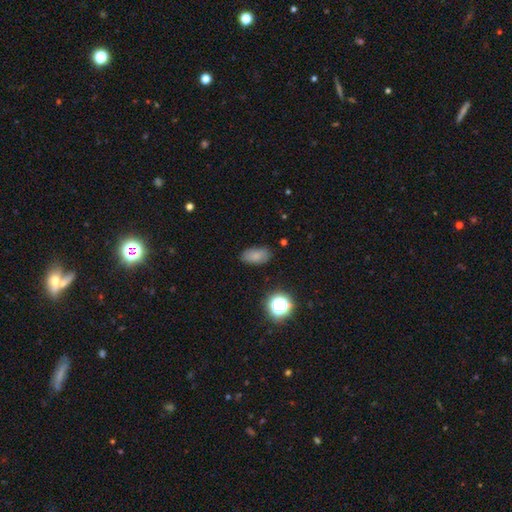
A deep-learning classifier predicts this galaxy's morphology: A smooth galaxy with no disk features (77%) that is in between round and cigar-shaped (90%).

Vote fractions:
- Smooth or featured? smooth: 77% / star or artifact: 13% / featured or disk: 10%
- How rounded? in between: 90% / round: 7% / cigar-shaped: 3%
- Merging? none: 80% / minor disturbance: 15% / major disturbance: 4% / merger: 2%